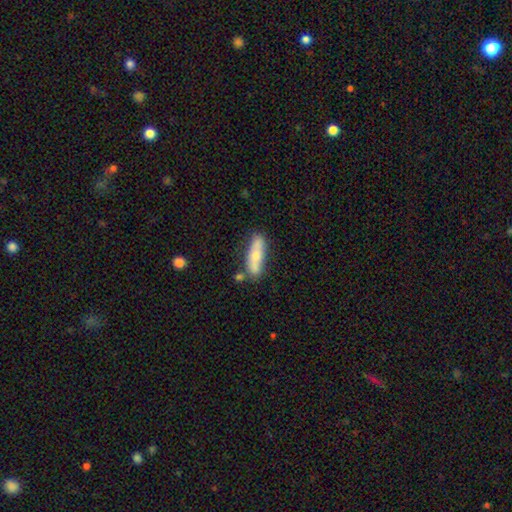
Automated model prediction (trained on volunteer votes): Smooth or featured? smooth (61%)
How rounded? cigar-shaped (55%)
Merging? none (67%)